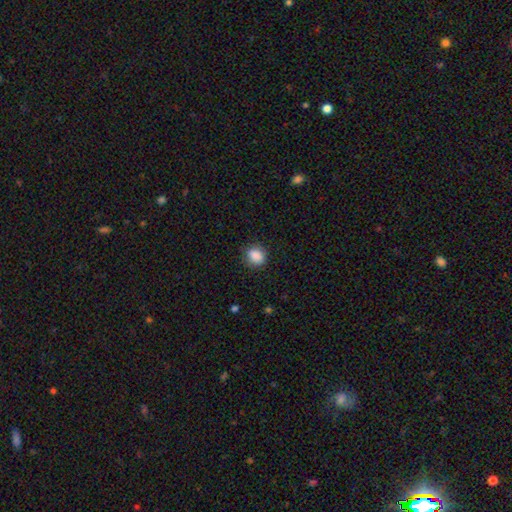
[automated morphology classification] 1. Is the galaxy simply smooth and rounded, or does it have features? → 88% smooth, 9% star or artifact, 4% featured or disk.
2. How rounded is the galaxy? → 61% round, 38% in between, 1% cigar-shaped.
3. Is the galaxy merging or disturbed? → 82% none, 14% minor disturbance, 3% major disturbance, 1% merger.